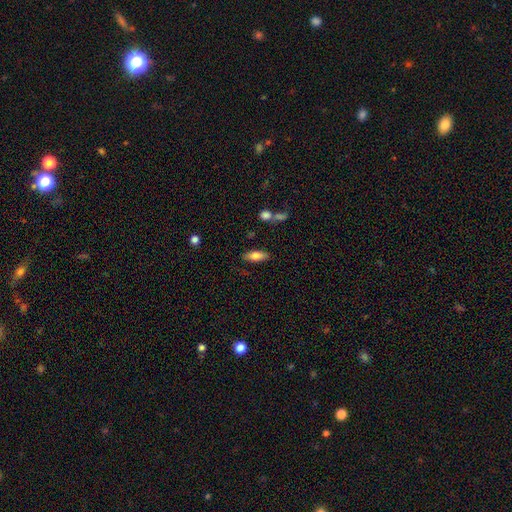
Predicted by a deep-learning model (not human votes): Q: Smooth or featured?
A: smooth (74%); runner-up: featured or disk (19%)
Q: How rounded?
A: in between (71%); runner-up: cigar-shaped (26%)
Q: Merging?
A: none (81%); runner-up: minor disturbance (12%)